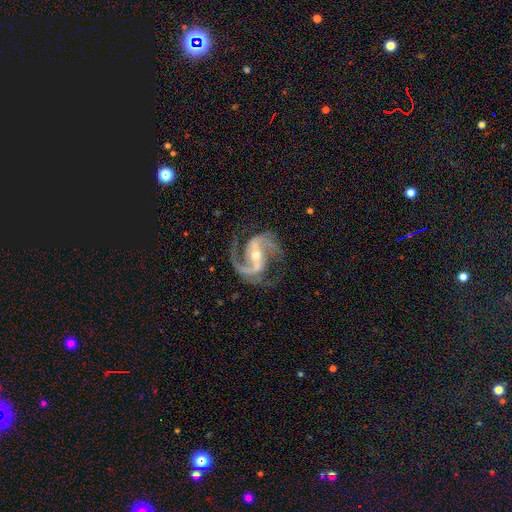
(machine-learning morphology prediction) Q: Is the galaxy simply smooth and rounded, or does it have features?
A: featured or disk — 93%.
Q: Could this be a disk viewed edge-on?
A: no — 98%.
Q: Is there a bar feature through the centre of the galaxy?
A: strong — 49%.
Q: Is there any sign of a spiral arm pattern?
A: yes — 99%.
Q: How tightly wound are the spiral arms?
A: medium — 65%.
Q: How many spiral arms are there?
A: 2 — 91%.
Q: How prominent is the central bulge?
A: moderate — 51%.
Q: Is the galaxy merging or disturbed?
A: none — 75%.